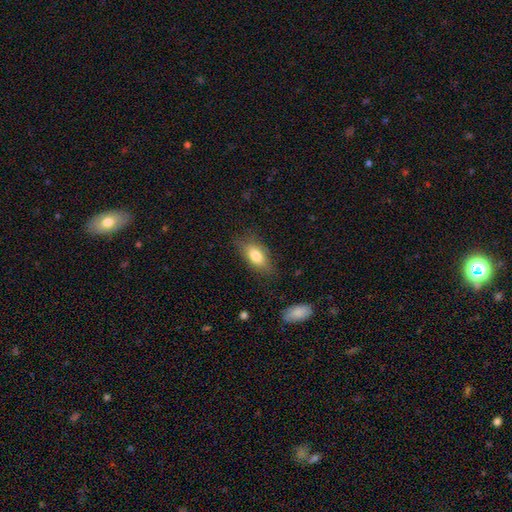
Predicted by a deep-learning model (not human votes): The model was most divided on "merging": none: 75%, minor disturbance: 18%, major disturbance: 5%, merger: 1%. More confident: how rounded — in between (84%); smooth or featured — smooth (79%).